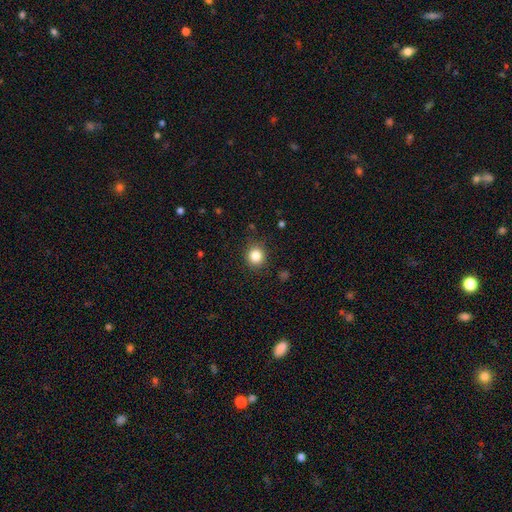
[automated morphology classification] A smooth galaxy with no disk features (84%) that is round (87%).

Vote fractions:
- Smooth or featured? smooth: 84% / star or artifact: 11% / featured or disk: 5%
- How rounded? round: 87% / in between: 12% / cigar-shaped: 1%
- Merging? none: 88% / minor disturbance: 9% / major disturbance: 3% / merger: 1%